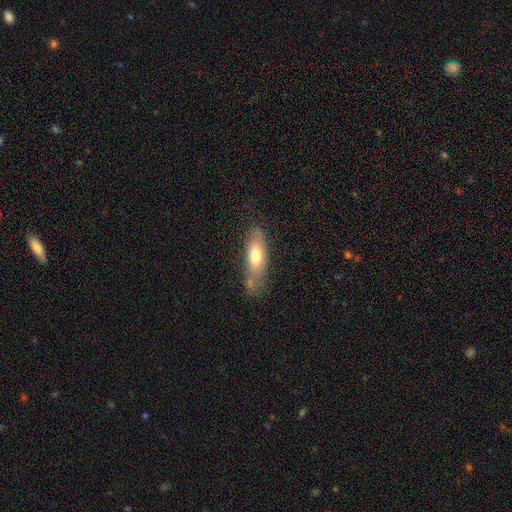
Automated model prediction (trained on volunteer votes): This appears to be a smooth galaxy with no disk features (68%) that is in between round and cigar-shaped (60%). Merging: none (63%).